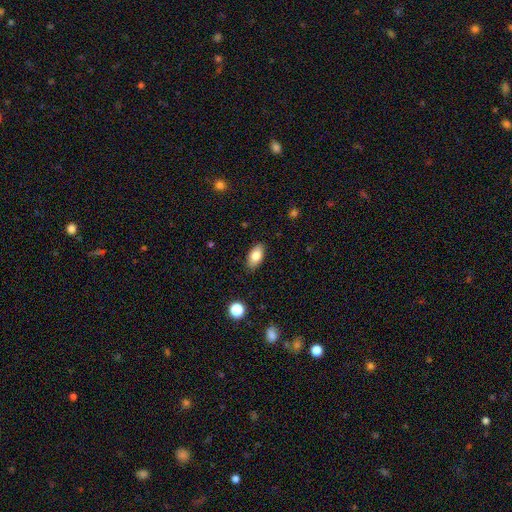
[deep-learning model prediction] Overall: smooth (81%). How rounded: in between (91%). Merging: none (86%).